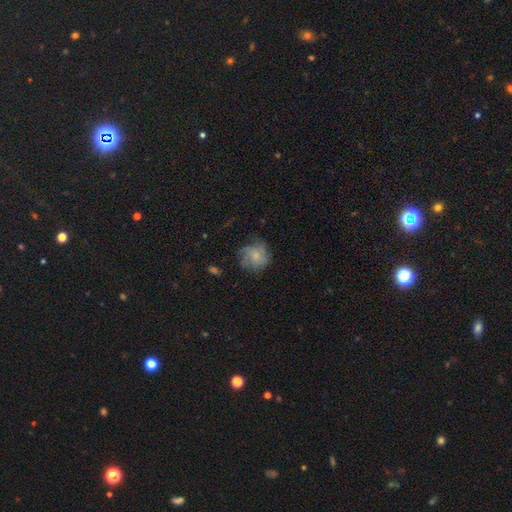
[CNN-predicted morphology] Smooth or featured? smooth (52%)
How rounded? round (84%)
Merging? none (66%)